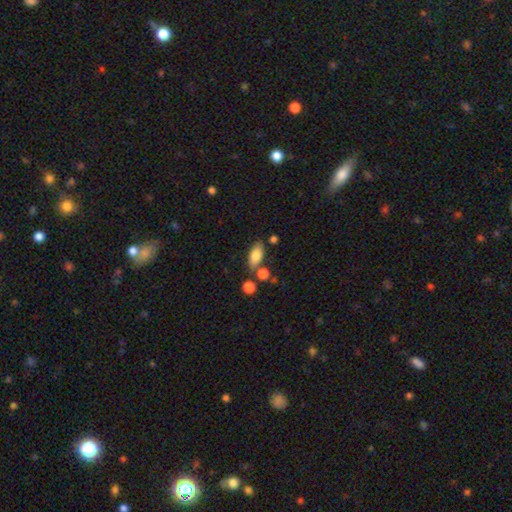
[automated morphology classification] Q: Smooth or featured?
A: smooth (82%); runner-up: featured or disk (10%)
Q: How rounded?
A: in between (88%); runner-up: cigar-shaped (7%)
Q: Merging?
A: none (70%); runner-up: minor disturbance (14%)